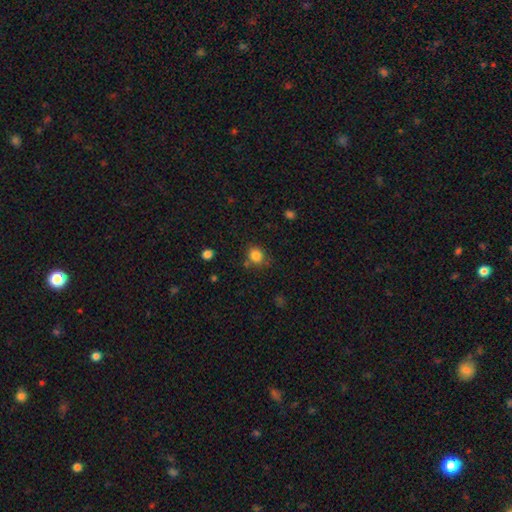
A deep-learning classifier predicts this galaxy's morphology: A smooth galaxy with no disk features (84%) that is round (73%). Merging: none (73%).